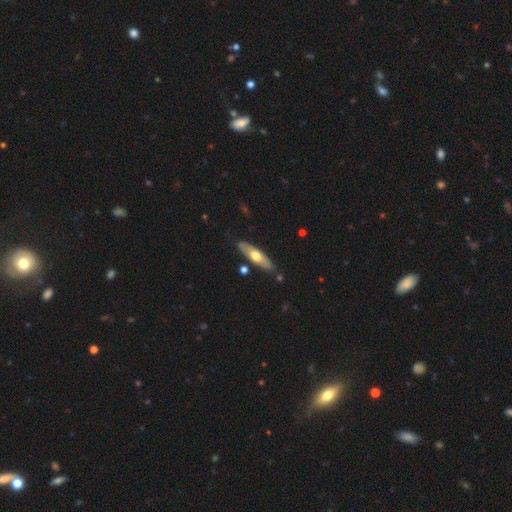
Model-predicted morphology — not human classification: type=smooth (51%); roundness=cigar-shaped (61%); merging=none (83%).